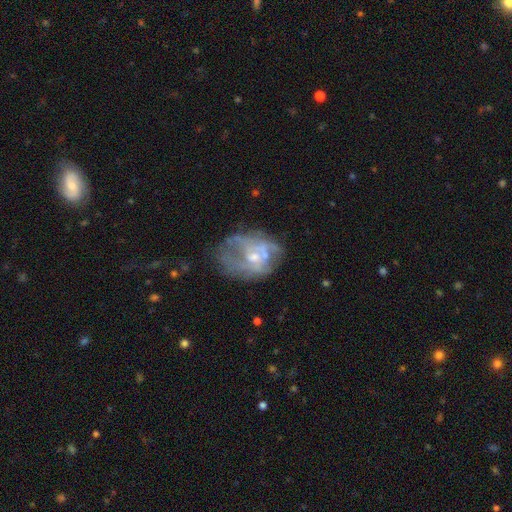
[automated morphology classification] A featured or disk galaxy (65%) with no bar (80%), no spiral arms (67%) and a small central bulge (45%). Merging: none (38%).